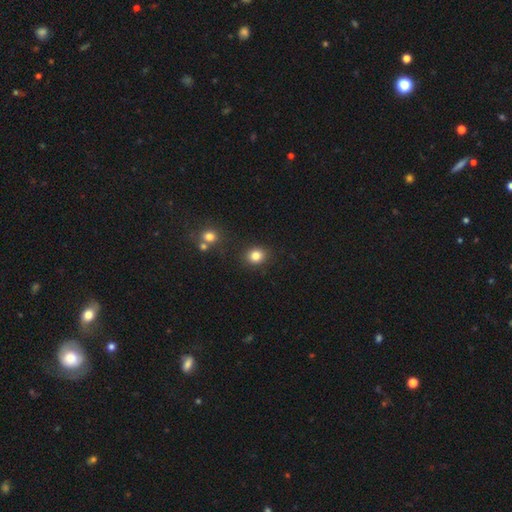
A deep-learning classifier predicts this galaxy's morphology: A smooth galaxy with no disk features (83%) that is round (70%).

Vote fractions:
- Smooth or featured? smooth: 83% / star or artifact: 11% / featured or disk: 6%
- How rounded? round: 70% / in between: 29% / cigar-shaped: 1%
- Merging? none: 86% / minor disturbance: 8% / merger: 3% / major disturbance: 3%